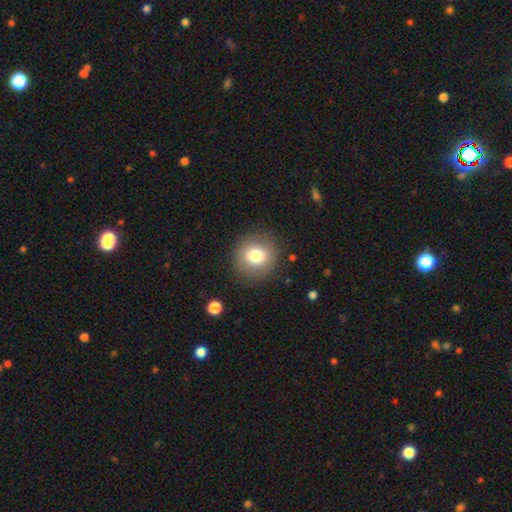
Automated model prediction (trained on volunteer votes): Overall: smooth (77%). How rounded: round (91%). Merging: none (88%).